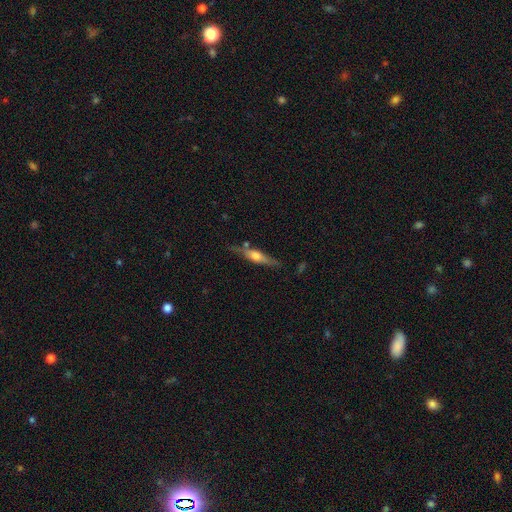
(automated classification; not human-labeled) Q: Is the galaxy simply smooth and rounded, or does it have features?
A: featured or disk — 62%.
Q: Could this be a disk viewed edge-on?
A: yes — 93%.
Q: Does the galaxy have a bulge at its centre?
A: rounded — 85%.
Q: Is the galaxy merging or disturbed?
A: none — 75%.